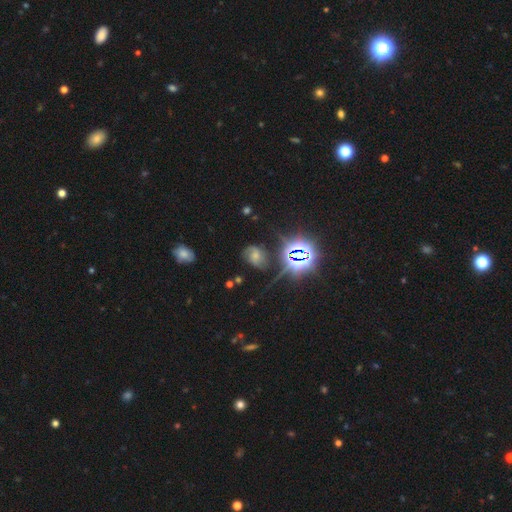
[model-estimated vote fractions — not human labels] Q: Smooth or featured?
A: featured or disk (42%); runner-up: star or artifact (29%)
Q: Merging?
A: none (60%); runner-up: minor disturbance (23%)